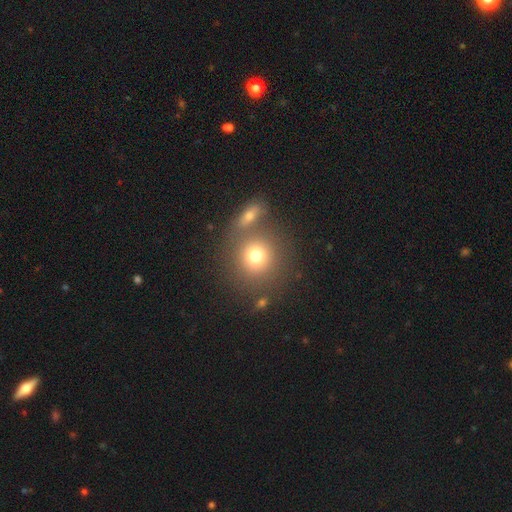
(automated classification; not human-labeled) The model was most divided on "merging": none: 62%, merger: 25%, minor disturbance: 9%, major disturbance: 4%. More confident: how rounded — round (88%); smooth or featured — smooth (74%).